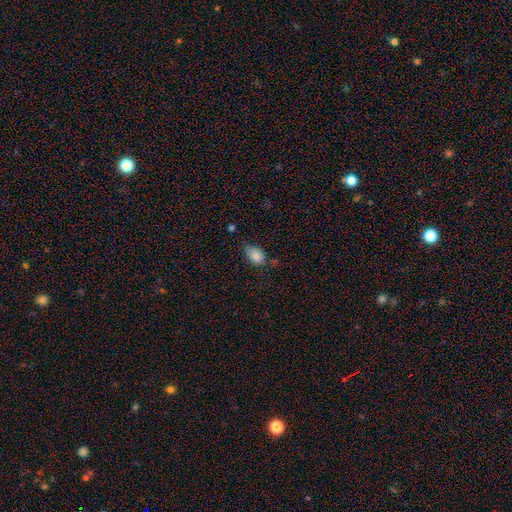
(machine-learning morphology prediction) Q: Smooth or featured?
A: smooth (85%); runner-up: star or artifact (8%)
Q: How rounded?
A: in between (87%); runner-up: round (12%)
Q: Merging?
A: none (60%); runner-up: minor disturbance (31%)